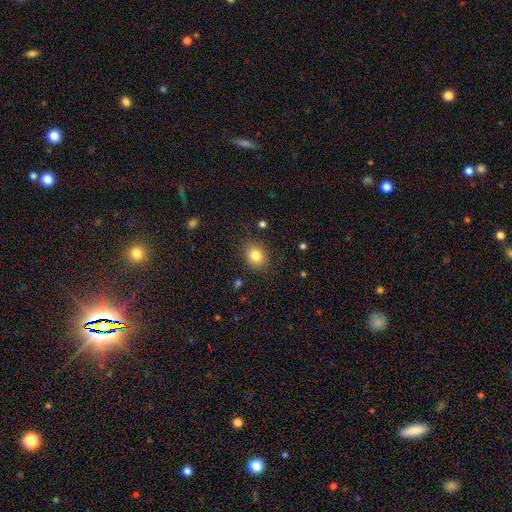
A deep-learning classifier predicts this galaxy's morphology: smooth-or-featured: smooth: 82% | star or artifact: 11% | featured or disk: 7%
  how-rounded: round: 64% | in between: 35% | cigar-shaped: 1%
  merging: none: 85% | minor disturbance: 11% | major disturbance: 3% | merger: 1%